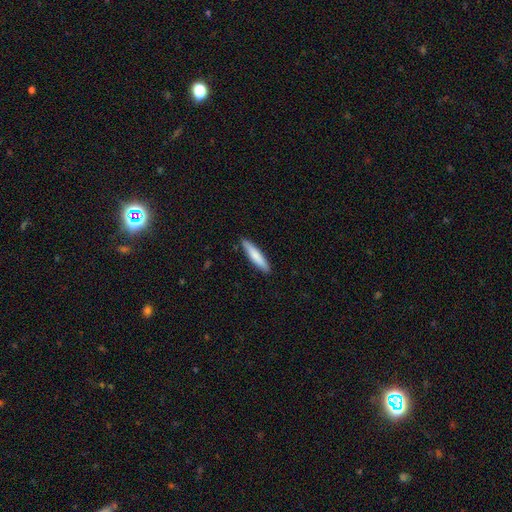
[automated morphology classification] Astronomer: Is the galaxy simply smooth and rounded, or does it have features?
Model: smooth — 77%.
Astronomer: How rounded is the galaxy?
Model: cigar-shaped — 88%.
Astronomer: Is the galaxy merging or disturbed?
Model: none — 89%.